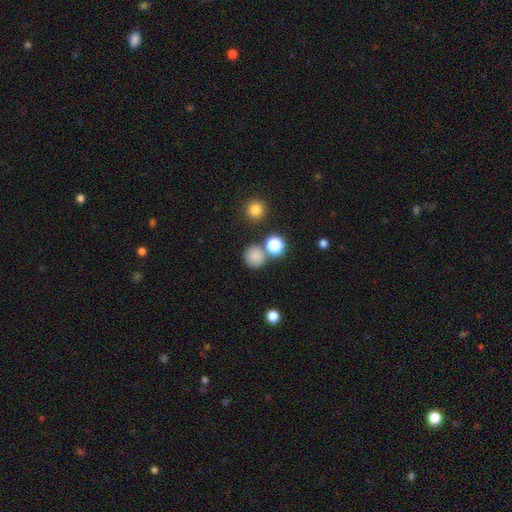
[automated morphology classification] This appears to be a smooth galaxy with no disk features (81%) that is round (90%). Merging: none (73%).